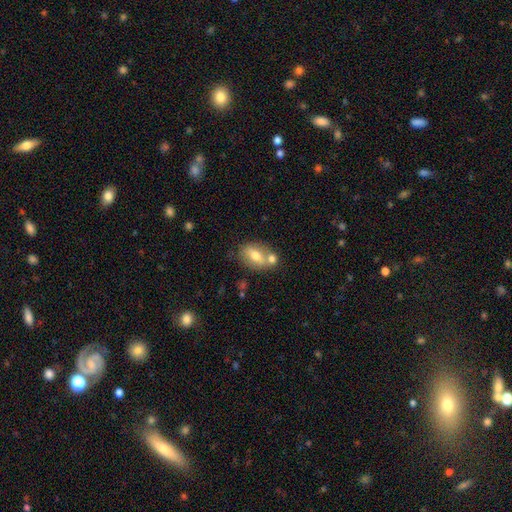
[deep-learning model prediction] A smooth galaxy with no disk features (59%) that is in between round and cigar-shaped (77%). Merging: none (54%).